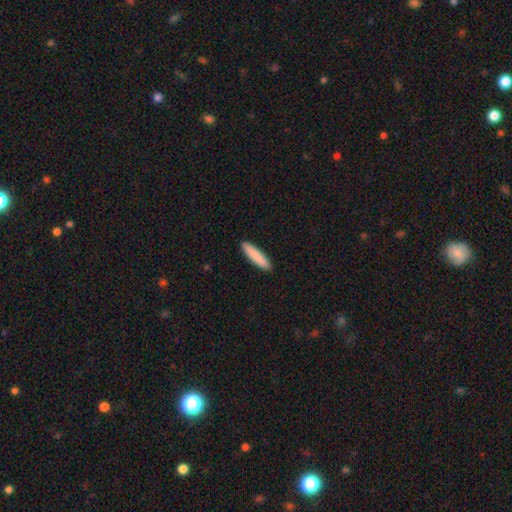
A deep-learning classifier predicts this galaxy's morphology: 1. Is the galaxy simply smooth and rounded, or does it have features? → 88% smooth, 7% featured or disk, 5% star or artifact.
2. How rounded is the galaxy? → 84% cigar-shaped, 14% in between, 1% round.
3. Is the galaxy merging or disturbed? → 92% none, 6% minor disturbance, 1% major disturbance, 1% merger.